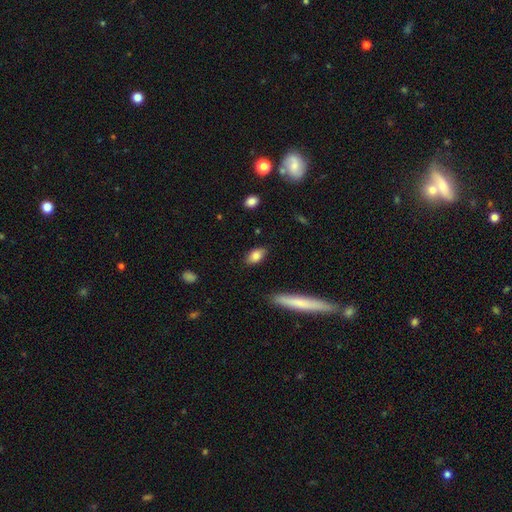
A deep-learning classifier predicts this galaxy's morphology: This is clearly a smooth galaxy (82%). How rounded: clearly in between (87%). Merging: clearly none (85%).